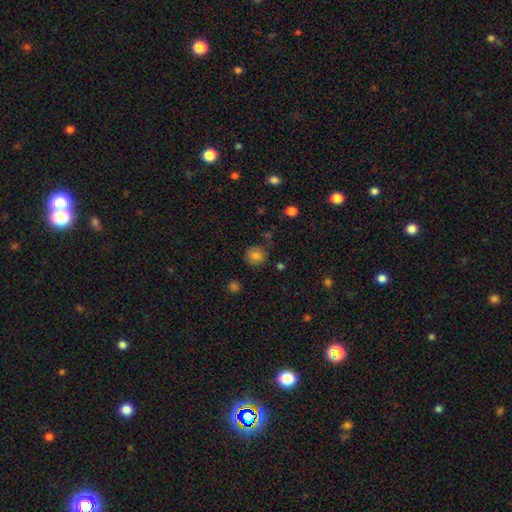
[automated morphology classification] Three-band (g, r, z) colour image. It shows a smooth galaxy with no disk features (80%) that is round (89%). Merging: none (81%).